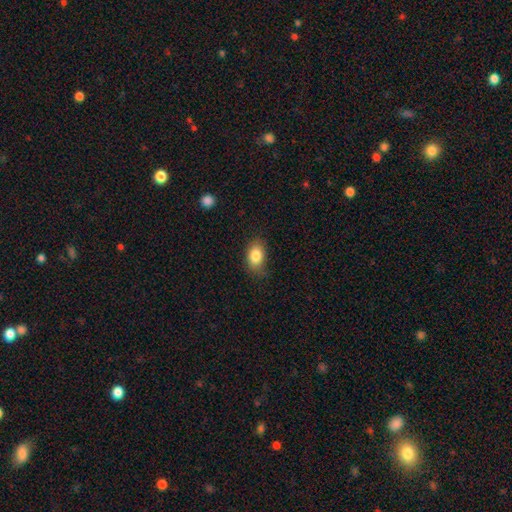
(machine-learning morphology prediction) This is clearly a smooth galaxy (83%). How rounded: clearly in between (84%). Merging: likely none (73%).